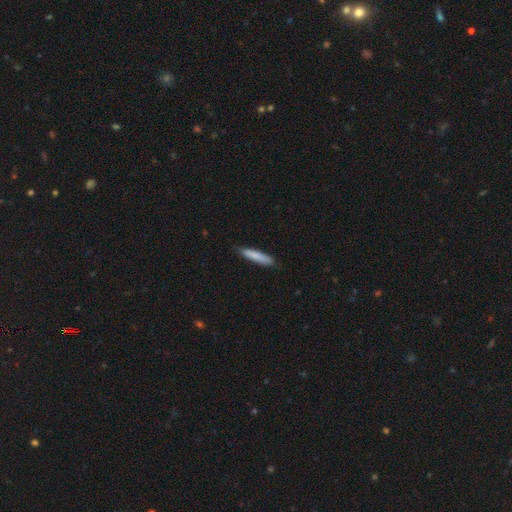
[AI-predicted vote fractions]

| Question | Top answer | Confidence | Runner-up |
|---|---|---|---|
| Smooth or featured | smooth | 82% | featured or disk (12%) |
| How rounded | cigar-shaped | 90% | in between (9%) |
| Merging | none | 85% | minor disturbance (12%) |